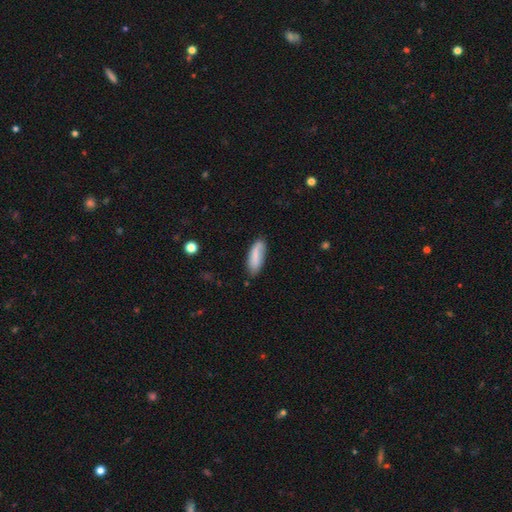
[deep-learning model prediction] smooth-or-featured: smooth: 76% | featured or disk: 18% | star or artifact: 6%
  how-rounded: in between: 66% | cigar-shaped: 32% | round: 2%
  merging: none: 70% | minor disturbance: 22% | major disturbance: 5% | merger: 3%